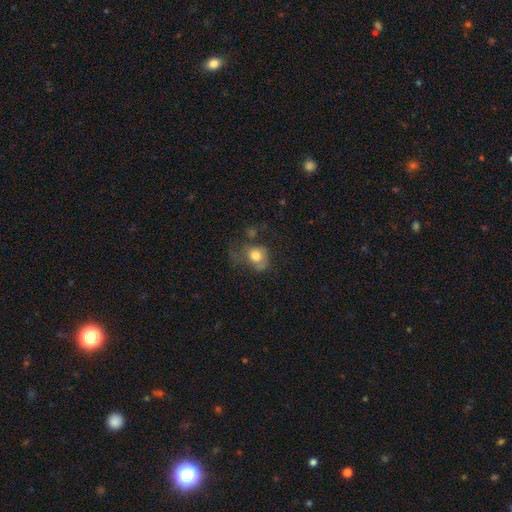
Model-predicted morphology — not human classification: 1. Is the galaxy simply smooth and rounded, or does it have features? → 72% smooth, 18% featured or disk, 10% star or artifact.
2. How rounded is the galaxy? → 58% round, 41% in between, 1% cigar-shaped.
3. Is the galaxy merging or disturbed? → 34% major disturbance, 32% none, 28% minor disturbance, 7% merger.